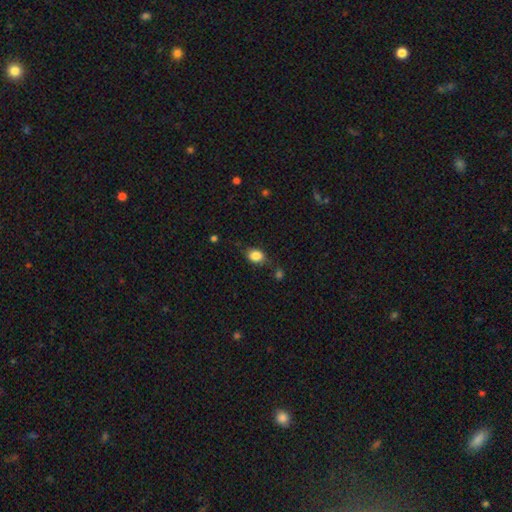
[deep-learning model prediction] The model was most divided on "how rounded": in between: 69%, round: 30%, cigar-shaped: 1%. More confident: smooth or featured — smooth (85%); merging — none (75%).